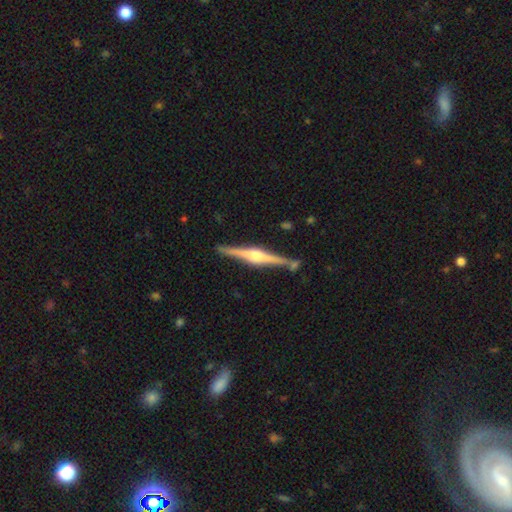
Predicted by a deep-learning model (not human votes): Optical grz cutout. It shows a featured or disk galaxy (84%) viewed edge-on (98%) with a rounded central bulge (91%). Merging: none (86%).